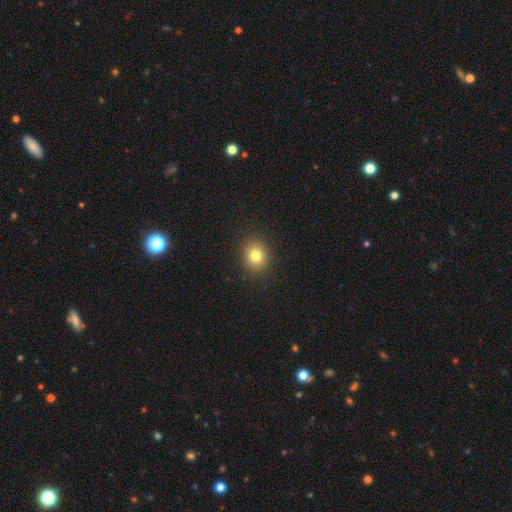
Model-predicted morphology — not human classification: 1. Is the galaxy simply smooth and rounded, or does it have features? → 81% smooth, 12% star or artifact, 7% featured or disk.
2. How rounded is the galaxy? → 74% round, 26% in between, 1% cigar-shaped.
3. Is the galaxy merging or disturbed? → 90% none, 7% minor disturbance, 2% major disturbance, 1% merger.